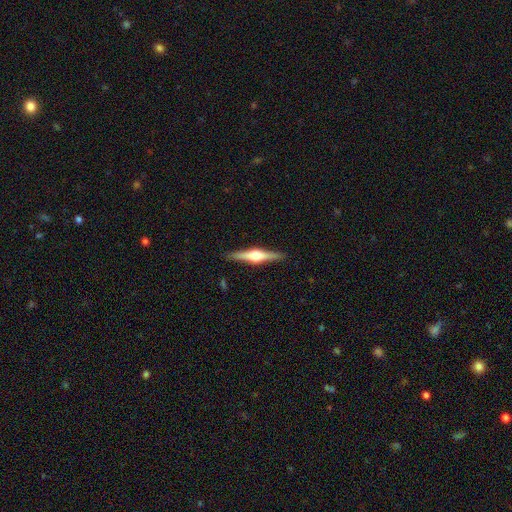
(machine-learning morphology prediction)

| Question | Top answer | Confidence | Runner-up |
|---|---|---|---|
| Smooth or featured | featured or disk | 78% | smooth (17%) |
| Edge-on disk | yes | 98% | no (2%) |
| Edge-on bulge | rounded | 94% | boxy (5%) |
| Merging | none | 91% | minor disturbance (6%) |